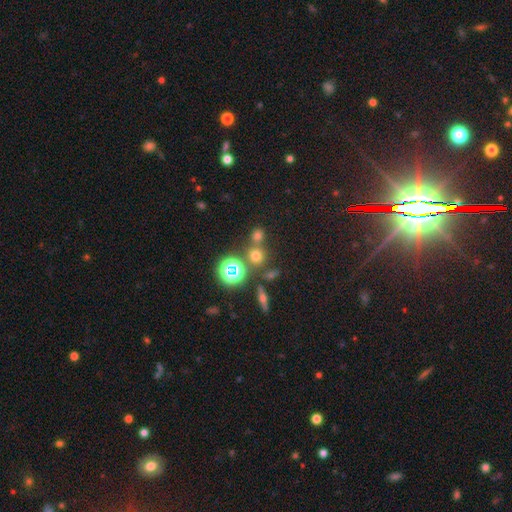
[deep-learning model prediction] Smooth or featured?
  - smooth: 61% *
  - star or artifact: 29%
  - featured or disk: 10%
How rounded?
  - round: 87% *
  - in between: 11%
  - cigar-shaped: 2%
Merging?
  - none: 67% *
  - merger: 22%
  - minor disturbance: 8%
  - major disturbance: 3%